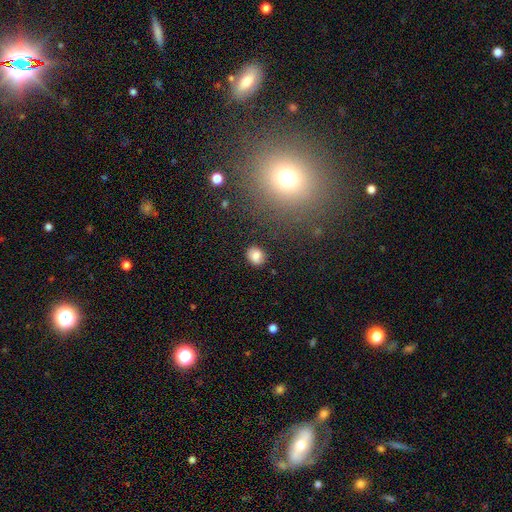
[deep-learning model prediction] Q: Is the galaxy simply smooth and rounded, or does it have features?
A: smooth — 82%.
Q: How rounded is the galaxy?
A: round — 61%.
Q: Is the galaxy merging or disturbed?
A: none — 85%.